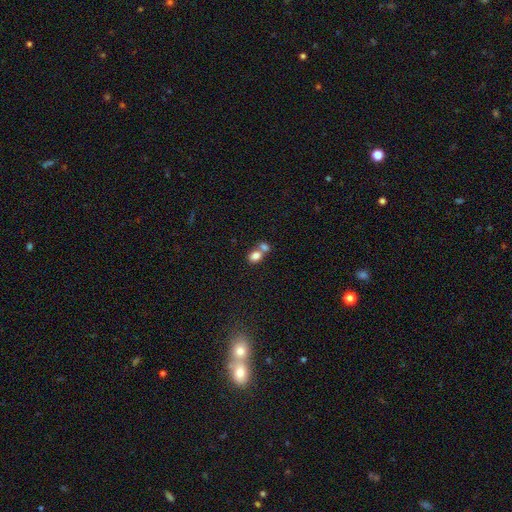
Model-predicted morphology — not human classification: This appears to be a smooth galaxy with no disk features (81%) that is in between round and cigar-shaped (58%). Merging: merger (57%).